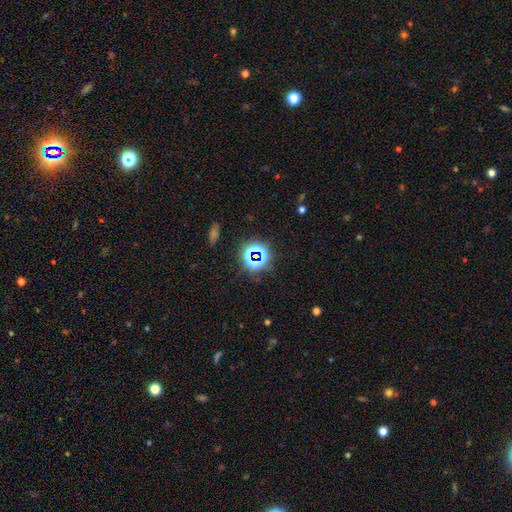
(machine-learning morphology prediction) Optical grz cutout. It shows a star or artifact, not a galaxy (70%).